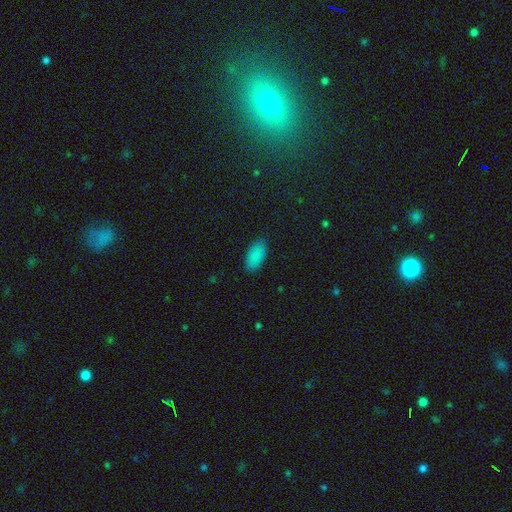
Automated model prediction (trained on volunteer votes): smooth_or_featured: smooth (p=0.88) [alt: star or artifact p=0.08]
how_rounded: in between (p=0.94) [alt: cigar-shaped p=0.04]
merging: none (p=0.86) [alt: minor disturbance p=0.11]